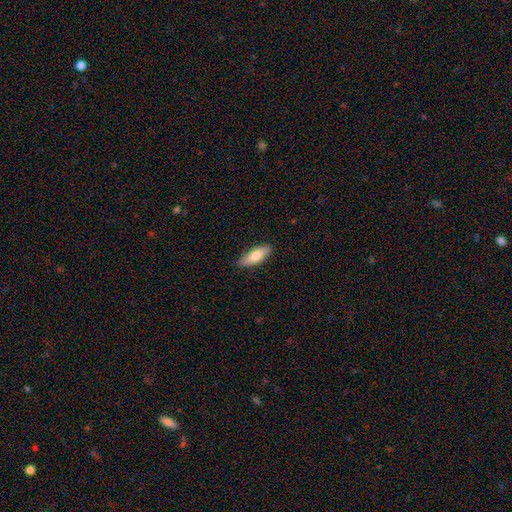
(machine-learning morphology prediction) type=smooth (75%); roundness=in between (71%); merging=none (85%).